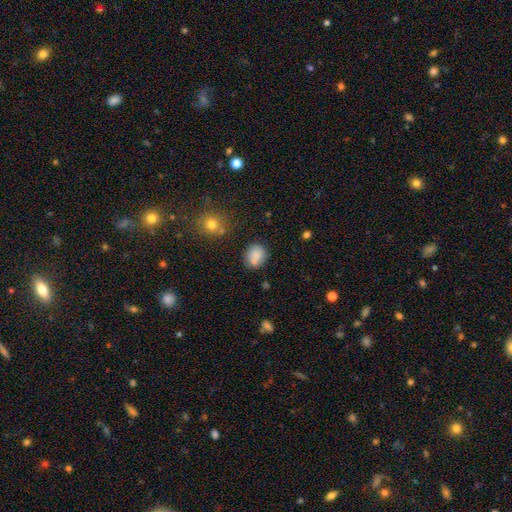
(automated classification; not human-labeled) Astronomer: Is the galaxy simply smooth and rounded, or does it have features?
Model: smooth — 82%.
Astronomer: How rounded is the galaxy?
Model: round — 61% (runner-up: in between, 38%).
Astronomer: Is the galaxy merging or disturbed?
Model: none — 69%.